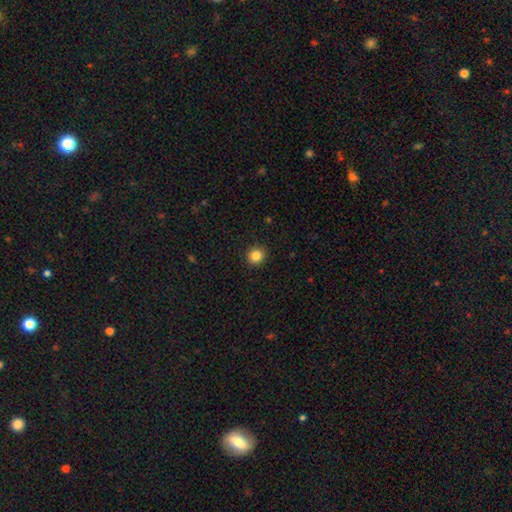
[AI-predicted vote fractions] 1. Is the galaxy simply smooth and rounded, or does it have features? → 85% smooth, 11% star or artifact, 5% featured or disk.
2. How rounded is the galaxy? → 89% round, 10% in between, 1% cigar-shaped.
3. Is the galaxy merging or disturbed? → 92% none, 5% minor disturbance, 2% major disturbance, 1% merger.